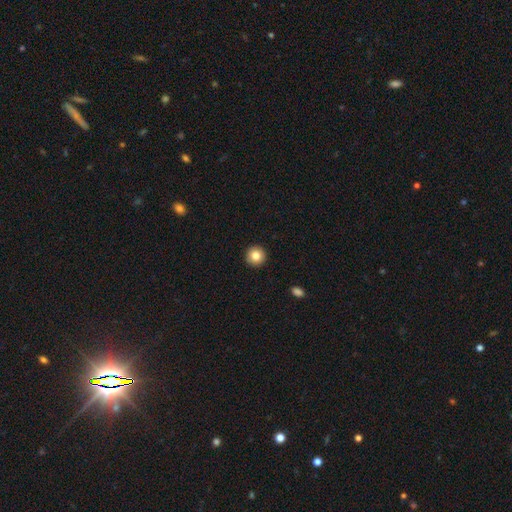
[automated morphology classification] A smooth galaxy with no disk features (83%) that is round (96%).

Vote fractions:
- Smooth or featured? smooth: 83% / star or artifact: 10% / featured or disk: 7%
- How rounded? round: 96% / in between: 3% / cigar-shaped: 1%
- Merging? none: 93% / minor disturbance: 4% / major disturbance: 1% / merger: 1%